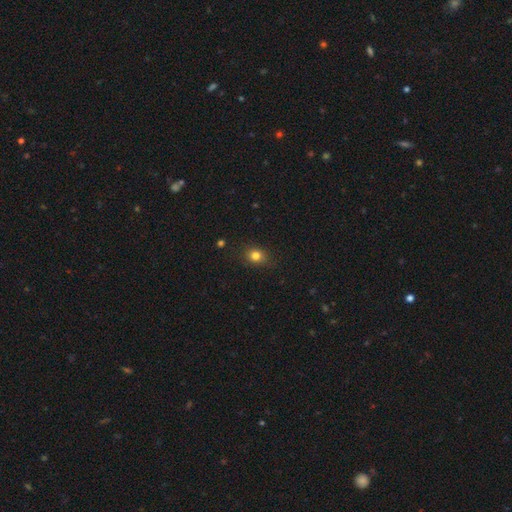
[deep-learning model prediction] Smooth or featured?
  - smooth: 80% *
  - star or artifact: 13%
  - featured or disk: 6%
How rounded?
  - round: 66% *
  - in between: 33%
  - cigar-shaped: 1%
Merging?
  - none: 84% *
  - minor disturbance: 12%
  - major disturbance: 3%
  - merger: 1%